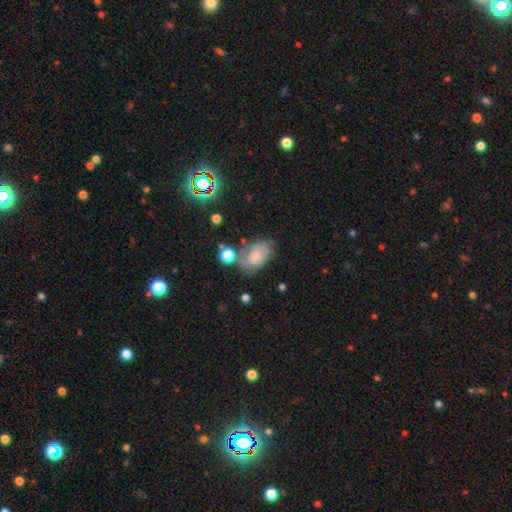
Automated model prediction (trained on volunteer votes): Smooth or featured: smooth — 54% (featured or disk — 36%)
How rounded: in between — 86% (round — 13%)
Merging: none — 47% (minor disturbance — 28%)